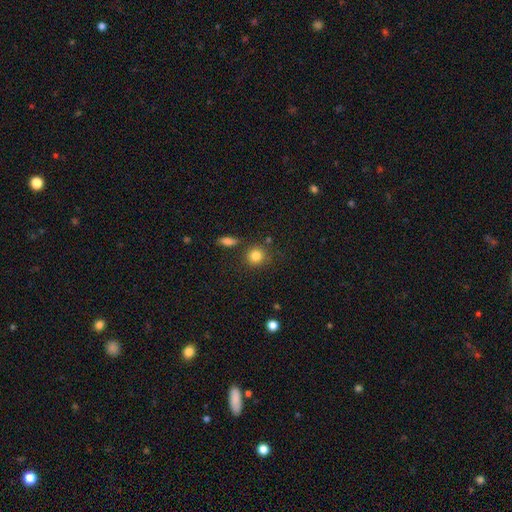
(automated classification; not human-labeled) Smooth or featured: smooth — 83% (star or artifact — 10%)
How rounded: round — 86% (in between — 13%)
Merging: none — 78% (minor disturbance — 11%)